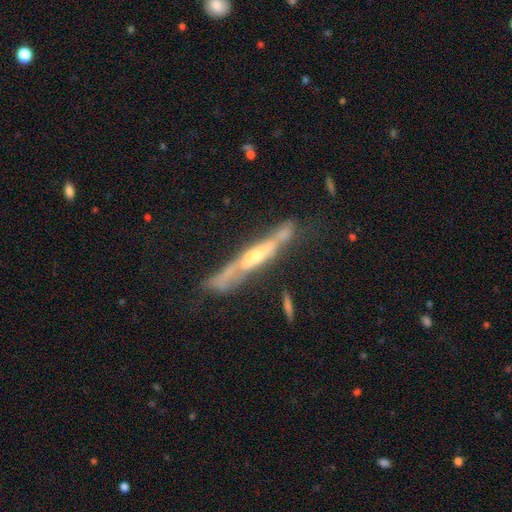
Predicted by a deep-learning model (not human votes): Smooth or featured? featured or disk (80%)
Edge-on disk? yes (86%)
Edge-on bulge? rounded (59%)
Merging? none (63%)